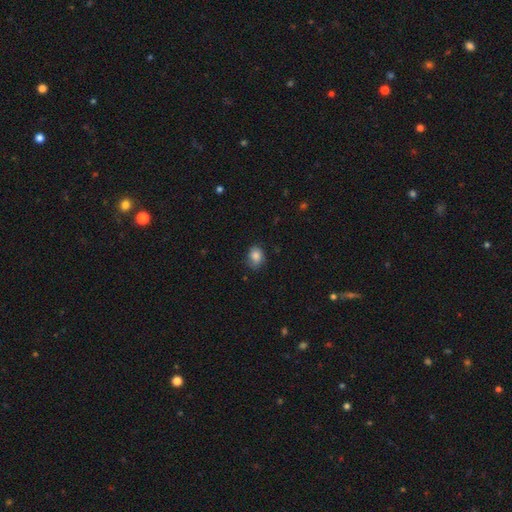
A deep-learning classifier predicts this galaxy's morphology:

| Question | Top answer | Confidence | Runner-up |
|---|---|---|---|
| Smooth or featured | smooth | 82% | featured or disk (9%) |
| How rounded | in between | 55% | round (44%) |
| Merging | none | 70% | minor disturbance (24%) |